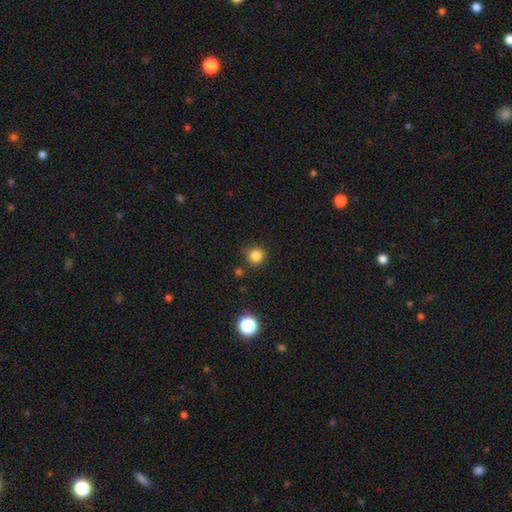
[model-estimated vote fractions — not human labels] A smooth galaxy with no disk features (83%) that is round (93%).

Vote fractions:
- Smooth or featured? smooth: 83% / star or artifact: 13% / featured or disk: 4%
- How rounded? round: 93% / in between: 6% / cigar-shaped: 1%
- Merging? none: 84% / minor disturbance: 10% / merger: 3% / major disturbance: 3%